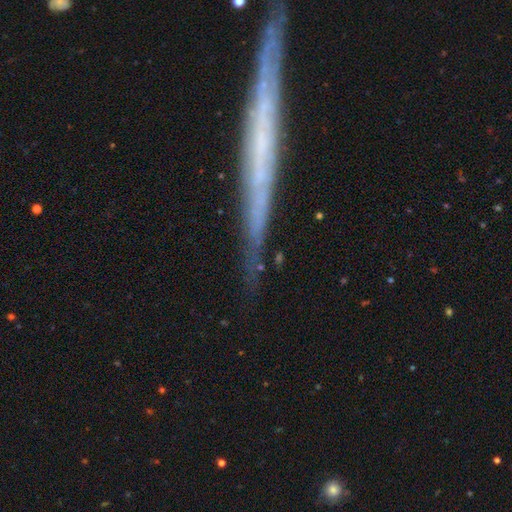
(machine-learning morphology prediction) This is likely a featured or disk galaxy (67%). It is clearly viewed edge-on (93%). Edge-on bulge: clearly none (84%). Merging: clearly none (85%).